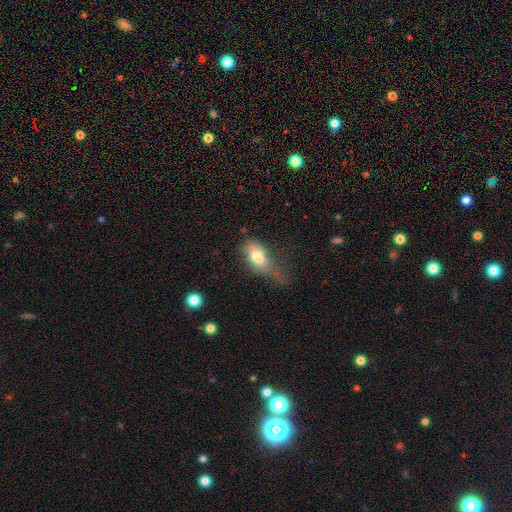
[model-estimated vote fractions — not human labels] smooth-or-featured: smooth: 69% | featured or disk: 21% | star or artifact: 9%
  how-rounded: in between: 82% | round: 13% | cigar-shaped: 5%
  merging: major disturbance: 35% | minor disturbance: 28% | none: 22% | merger: 15%